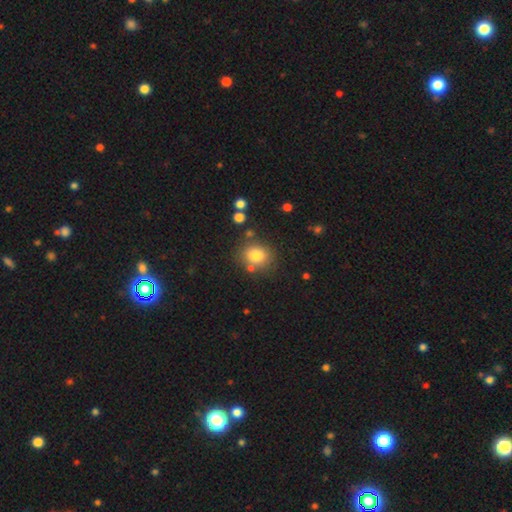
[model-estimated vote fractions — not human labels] A smooth galaxy with no disk features (79%) that is round (68%).

Vote fractions:
- Smooth or featured? smooth: 79% / star or artifact: 12% / featured or disk: 9%
- How rounded? round: 68% / in between: 31% / cigar-shaped: 1%
- Merging? none: 77% / minor disturbance: 11% / merger: 8% / major disturbance: 4%